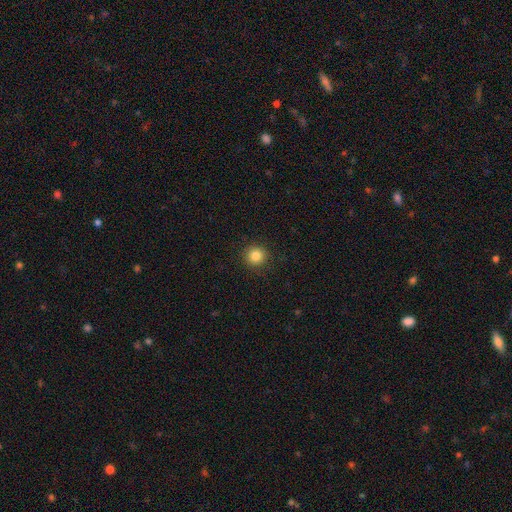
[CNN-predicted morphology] A smooth galaxy with no disk features (84%) that is round (94%).

Vote fractions:
- Smooth or featured? smooth: 84% / star or artifact: 11% / featured or disk: 5%
- How rounded? round: 94% / in between: 5% / cigar-shaped: 1%
- Merging? none: 92% / minor disturbance: 5% / major disturbance: 2% / merger: 1%